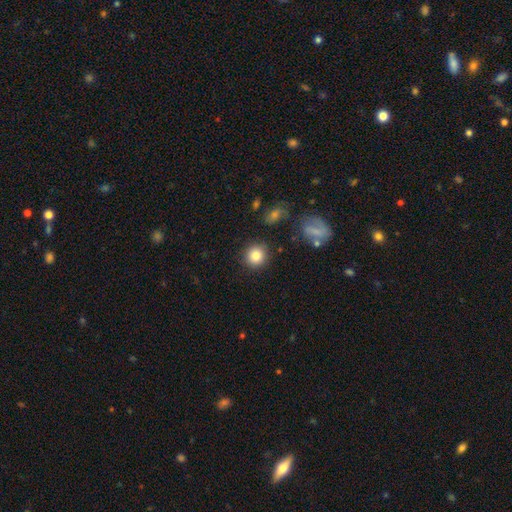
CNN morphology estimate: smooth-or-featured: smooth: 85% | star or artifact: 10% | featured or disk: 6%
  how-rounded: round: 90% | in between: 9% | cigar-shaped: 1%
  merging: none: 87% | minor disturbance: 8% | major disturbance: 3% | merger: 3%